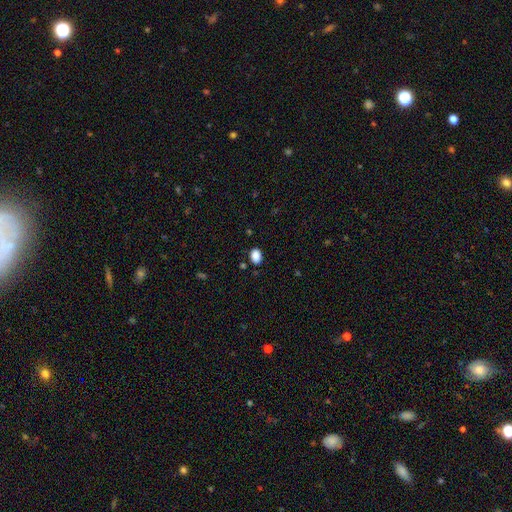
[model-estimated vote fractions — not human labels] Q: Smooth or featured?
A: smooth (88%); runner-up: star or artifact (9%)
Q: How rounded?
A: in between (75%); runner-up: round (24%)
Q: Merging?
A: none (85%); runner-up: minor disturbance (10%)